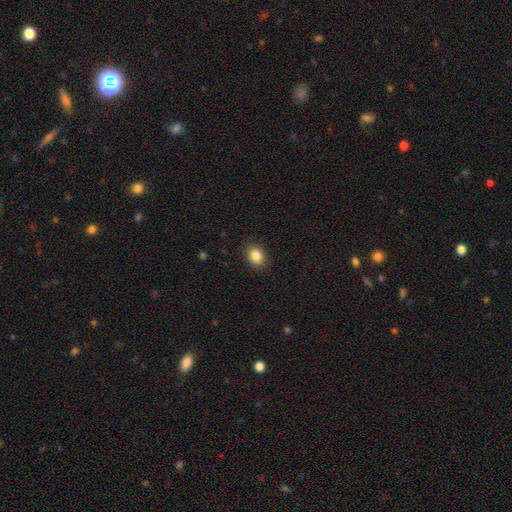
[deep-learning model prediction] A smooth galaxy with no disk features (86%) that is in between round and cigar-shaped (56%). Merging: none (88%).